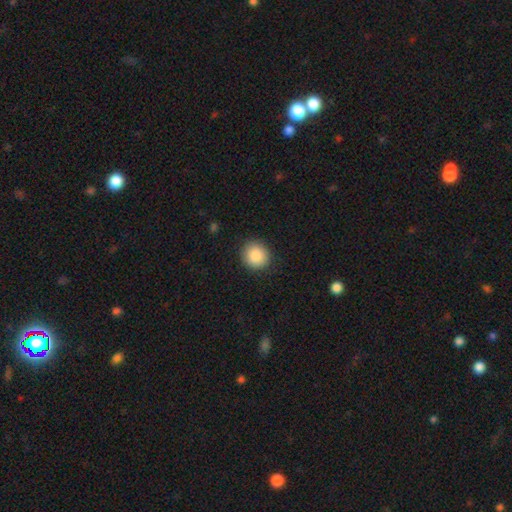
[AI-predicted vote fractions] Q: Smooth or featured?
A: smooth (88%); runner-up: star or artifact (8%)
Q: How rounded?
A: round (90%); runner-up: in between (9%)
Q: Merging?
A: none (90%); runner-up: minor disturbance (7%)